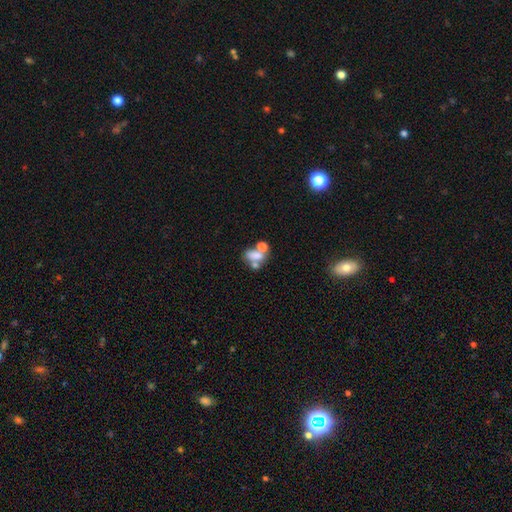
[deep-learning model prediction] Smooth or featured? Predicted: smooth (p=0.63). How rounded? Predicted: in between (p=0.75). Merging? Predicted: merger (p=0.50).